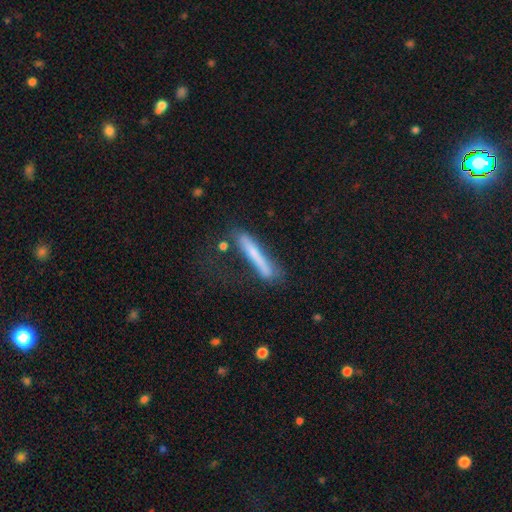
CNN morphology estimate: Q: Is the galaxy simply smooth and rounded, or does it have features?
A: smooth — 55%.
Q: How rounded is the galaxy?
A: cigar-shaped — 95%.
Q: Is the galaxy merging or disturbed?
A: none — 62%.